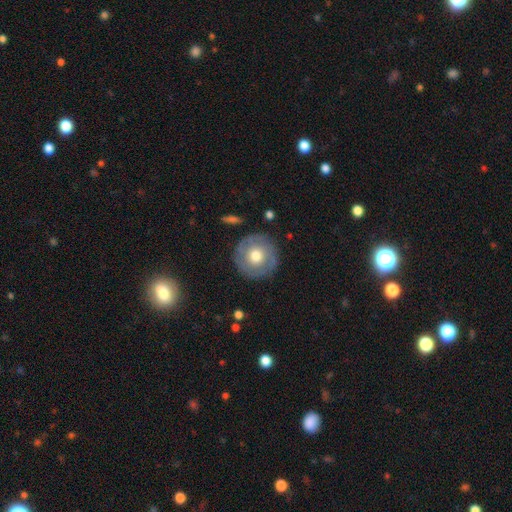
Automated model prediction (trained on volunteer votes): Overall: featured or disk (47%; smooth 46%). Merging: none (86%).